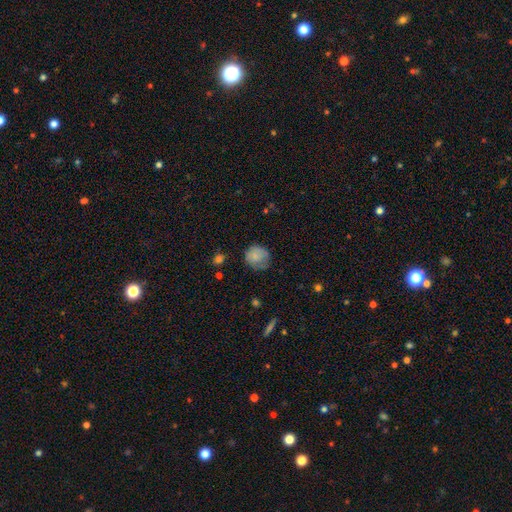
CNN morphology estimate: Smooth or featured? Predicted: smooth (p=0.77). How rounded? Predicted: round (p=0.80). Merging? Predicted: none (p=0.51).